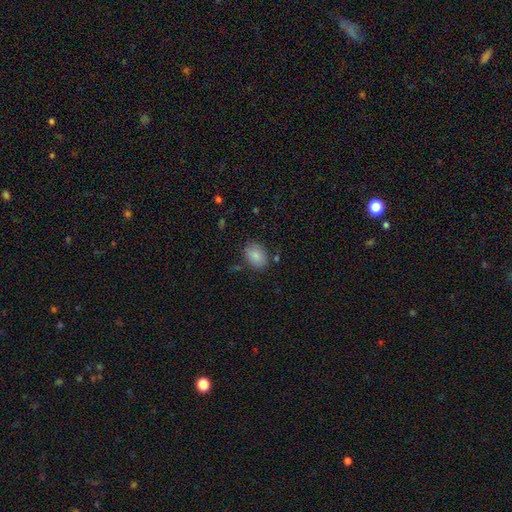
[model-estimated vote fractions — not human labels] Smooth or featured?
  - smooth: 85% *
  - featured or disk: 8%
  - star or artifact: 7%
How rounded?
  - in between: 75% *
  - round: 24%
  - cigar-shaped: 1%
Merging?
  - none: 80% *
  - minor disturbance: 14%
  - major disturbance: 4%
  - merger: 3%